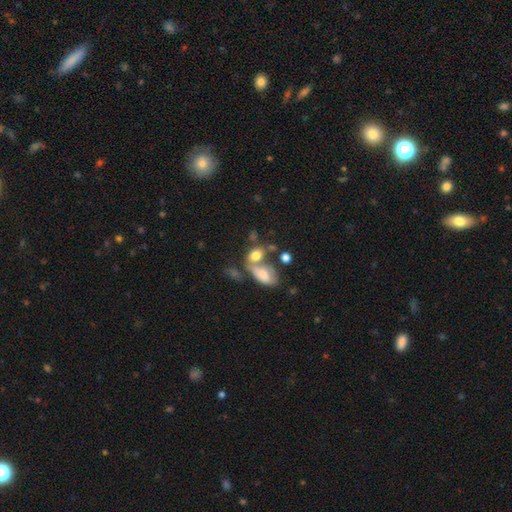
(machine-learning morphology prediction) This appears to be a smooth galaxy with no disk features (73%) that is in between round and cigar-shaped (76%). Merging: merger (48%).